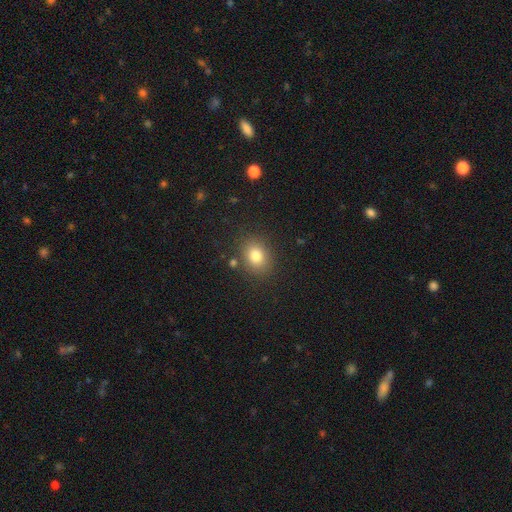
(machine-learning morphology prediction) A smooth galaxy with no disk features (80%) that is round (56%).

Vote fractions:
- Smooth or featured? smooth: 80% / star or artifact: 12% / featured or disk: 8%
- How rounded? round: 56% / in between: 44% / cigar-shaped: 1%
- Merging? none: 83% / minor disturbance: 10% / merger: 4% / major disturbance: 3%